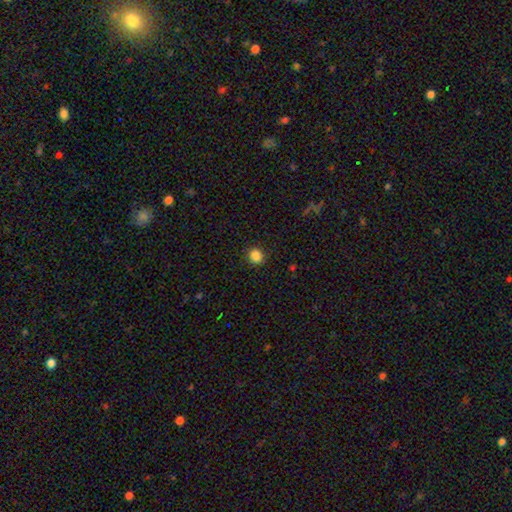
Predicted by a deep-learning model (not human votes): A smooth galaxy with no disk features (86%) that is round (79%). Merging: none (89%).